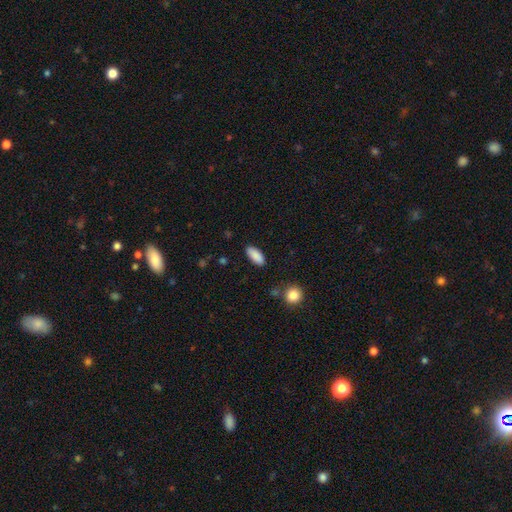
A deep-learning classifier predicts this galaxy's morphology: Smooth or featured?
  - smooth: 88% *
  - star or artifact: 7%
  - featured or disk: 5%
How rounded?
  - in between: 84% *
  - cigar-shaped: 13%
  - round: 2%
Merging?
  - none: 85% *
  - minor disturbance: 11%
  - major disturbance: 2%
  - merger: 2%